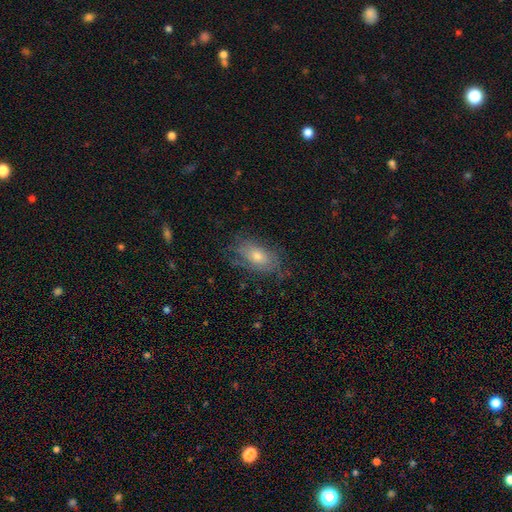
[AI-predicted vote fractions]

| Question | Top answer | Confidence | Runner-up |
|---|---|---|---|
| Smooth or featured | smooth | 45% | featured or disk (44%) |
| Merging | none | 66% | minor disturbance (22%) |